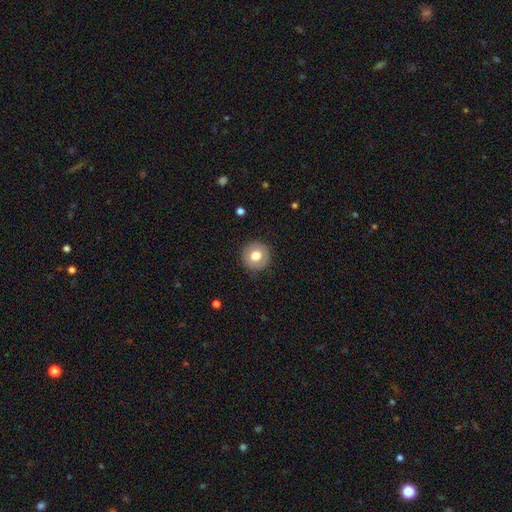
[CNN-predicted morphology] This appears to be a smooth galaxy with no disk features (76%) that is round (94%). Merging: none (90%).